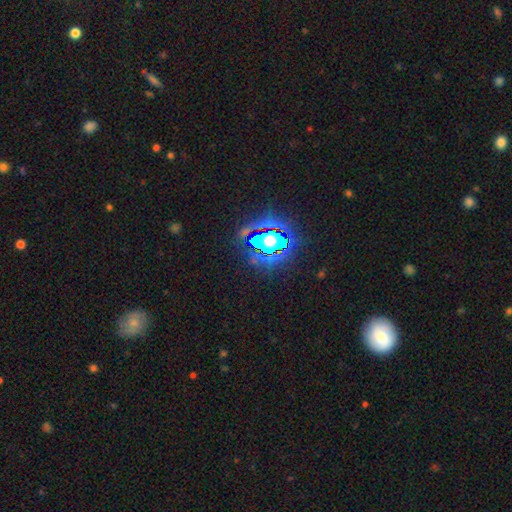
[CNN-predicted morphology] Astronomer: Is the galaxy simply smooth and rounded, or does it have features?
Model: star or artifact — 81%.